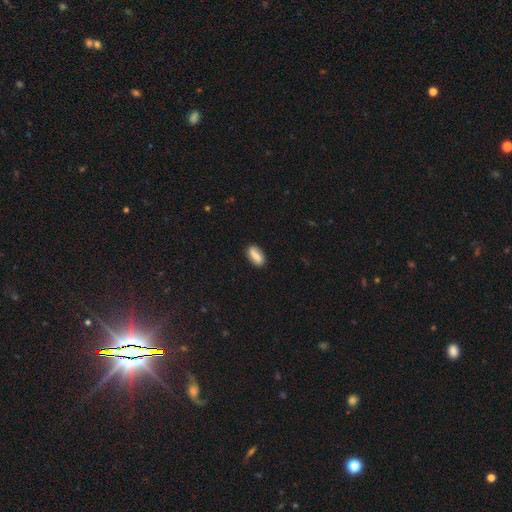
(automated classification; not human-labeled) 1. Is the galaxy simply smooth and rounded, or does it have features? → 62% smooth, 31% featured or disk, 7% star or artifact.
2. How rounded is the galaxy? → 84% in between, 9% cigar-shaped, 7% round.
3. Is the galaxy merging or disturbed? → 84% none, 12% minor disturbance, 3% major disturbance, 2% merger.